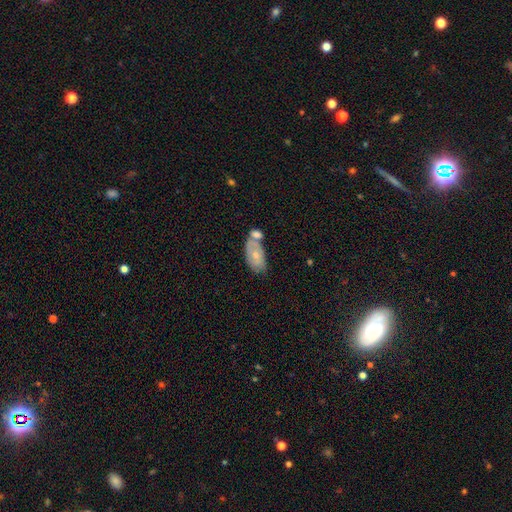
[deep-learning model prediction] A smooth galaxy with no disk features (61%) that is in between round and cigar-shaped (92%). Merging: merger (40%).